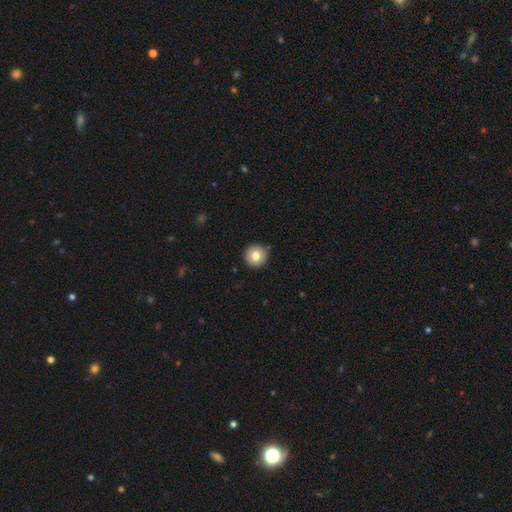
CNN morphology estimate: smooth_or_featured: smooth (p=0.80) [alt: featured or disk p=0.11]
how_rounded: round (p=0.96) [alt: in between p=0.03]
merging: none (p=0.88) [alt: minor disturbance p=0.08]